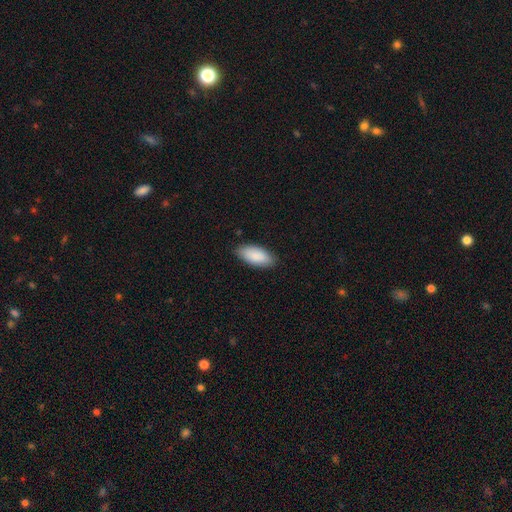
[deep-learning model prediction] Smooth or featured? Predicted: smooth (p=0.89). How rounded? Predicted: in between (p=0.88). Merging? Predicted: none (p=0.86).